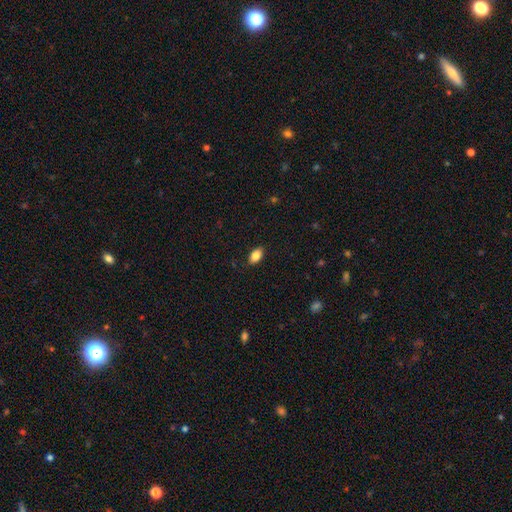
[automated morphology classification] smooth 84%, star or artifact 8%, featured or disk 7%. Down the decision tree: how rounded — in between (90%); merging — none (87%).